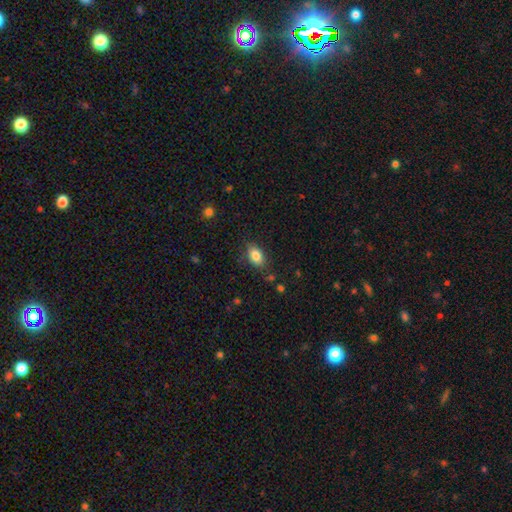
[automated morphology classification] type=smooth (84%); roundness=in between (88%); merging=none (80%).